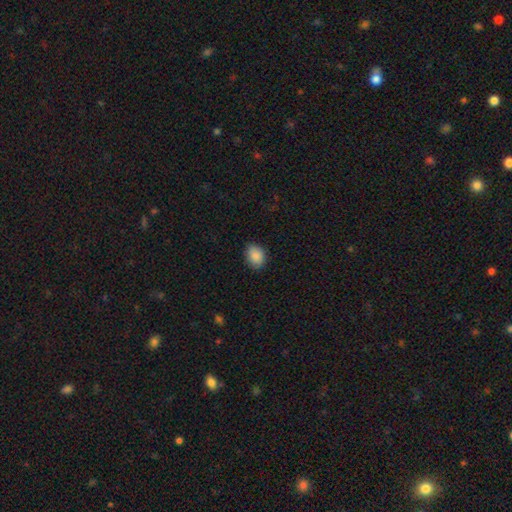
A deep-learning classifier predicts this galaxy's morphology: Smooth or featured? smooth (89%)
How rounded? in between (63%)
Merging? none (85%)